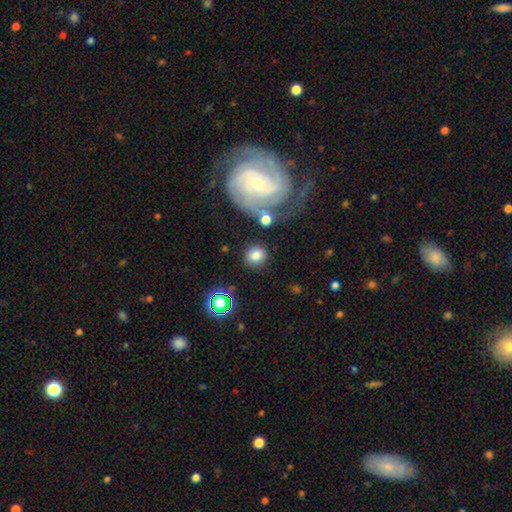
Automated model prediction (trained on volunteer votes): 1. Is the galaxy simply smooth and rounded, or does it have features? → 79% smooth, 11% star or artifact, 10% featured or disk.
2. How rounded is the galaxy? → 81% round, 17% in between, 1% cigar-shaped.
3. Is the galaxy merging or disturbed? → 78% none, 10% minor disturbance, 7% merger, 5% major disturbance.